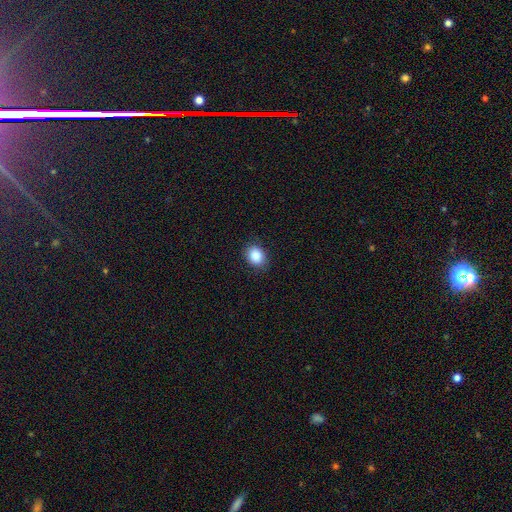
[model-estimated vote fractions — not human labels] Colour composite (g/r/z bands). It shows a smooth galaxy with no disk features (88%) that is in between round and cigar-shaped (50%). Merging: none (86%).